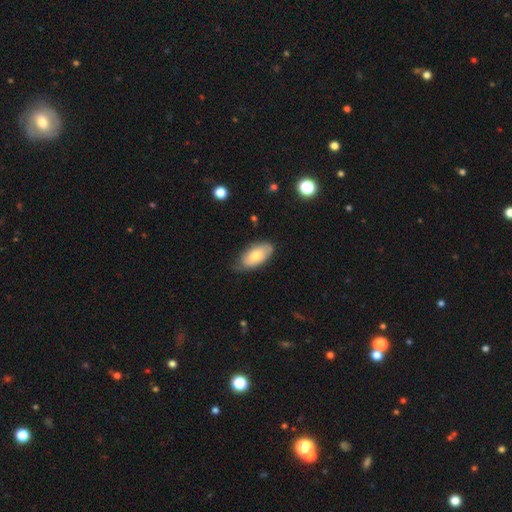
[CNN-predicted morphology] This is likely a smooth galaxy (72%). How rounded: clearly in between (94%). Merging: likely none (65%).